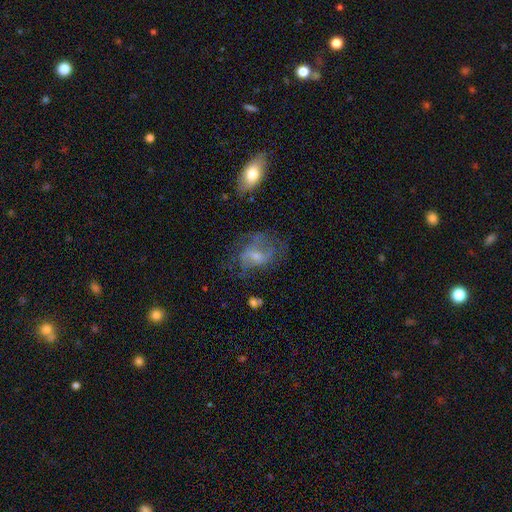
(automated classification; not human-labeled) This is likely a featured or disk galaxy (61%). It is clearly not viewed edge-on (96%). Bar: possibly no (46%). Spiral arm pattern: likely yes (70%). Central bulge: possibly small (50%). Merging: possibly none (53%).